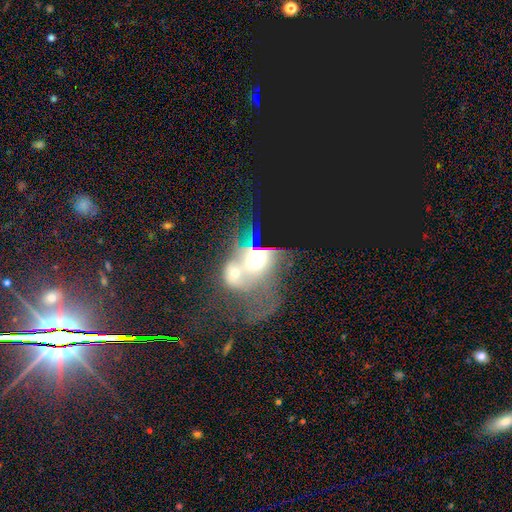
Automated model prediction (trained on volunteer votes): Q: Smooth or featured?
A: featured or disk (50%); runner-up: smooth (31%)
Q: Merging?
A: merger (68%); runner-up: major disturbance (20%)